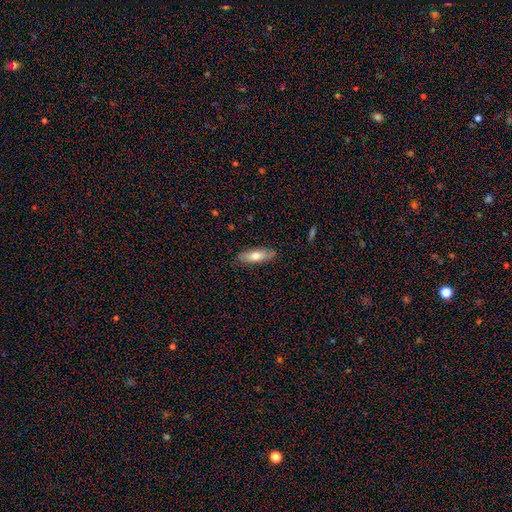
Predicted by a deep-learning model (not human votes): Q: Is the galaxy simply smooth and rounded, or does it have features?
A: smooth — 69%.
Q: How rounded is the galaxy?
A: in between — 54%.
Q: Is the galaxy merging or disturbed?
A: none — 86%.